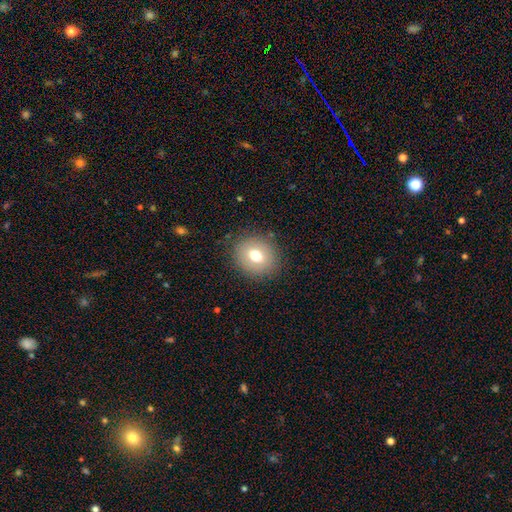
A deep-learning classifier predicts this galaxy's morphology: Smooth or featured? smooth (71%)
How rounded? round (68%)
Merging? none (86%)